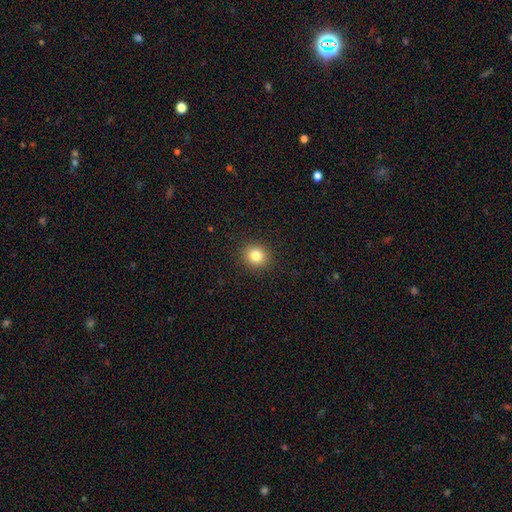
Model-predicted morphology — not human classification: smooth_or_featured: smooth (p=0.82) [alt: star or artifact p=0.12]
how_rounded: round (p=0.87) [alt: in between p=0.12]
merging: none (p=0.91) [alt: minor disturbance p=0.06]